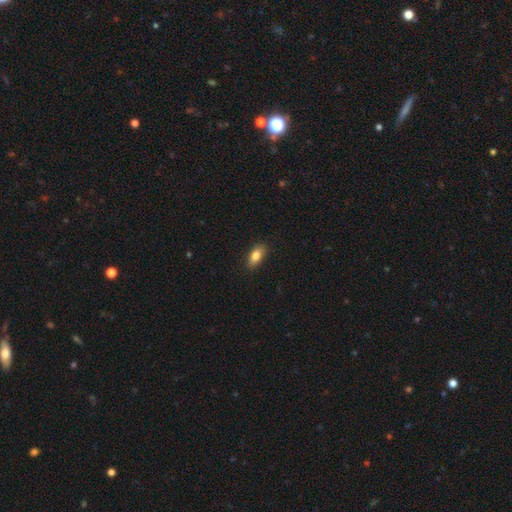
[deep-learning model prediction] smooth_or_featured: smooth (p=0.83) [alt: featured or disk p=0.09]
how_rounded: in between (p=0.86) [alt: cigar-shaped p=0.10]
merging: none (p=0.85) [alt: minor disturbance p=0.12]